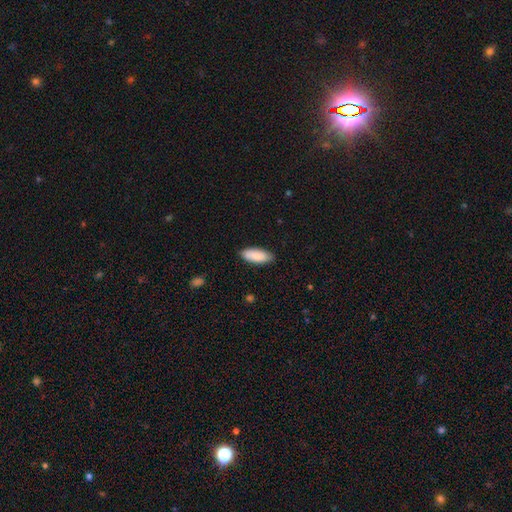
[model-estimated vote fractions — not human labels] A smooth galaxy with no disk features (88%) that is in between round and cigar-shaped (81%).

Vote fractions:
- Smooth or featured? smooth: 88% / featured or disk: 6% / star or artifact: 5%
- How rounded? in between: 81% / cigar-shaped: 17% / round: 2%
- Merging? none: 86% / minor disturbance: 11% / major disturbance: 2% / merger: 1%